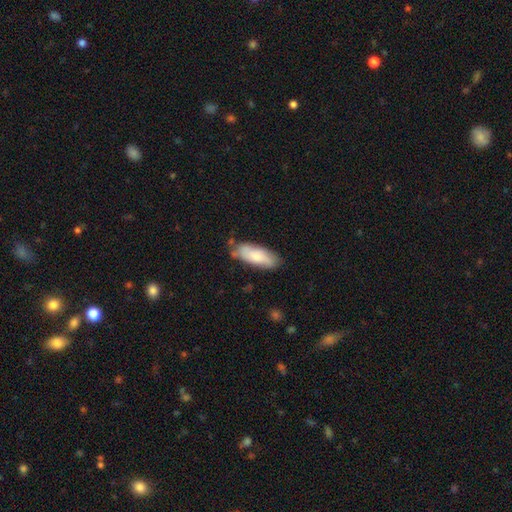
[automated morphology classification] type=smooth (74%); roundness=in between (72%); merging=none (70%).